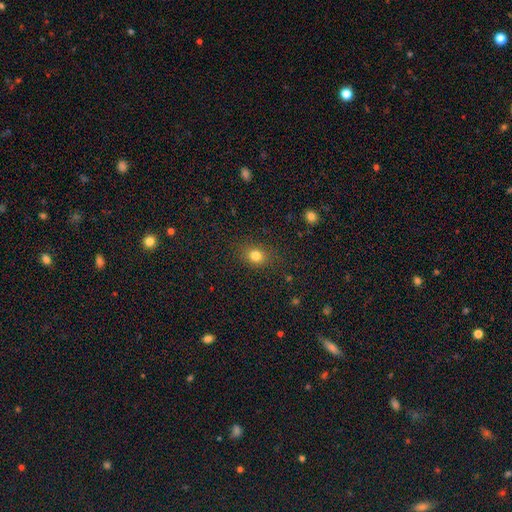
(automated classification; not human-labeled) Smooth or featured: smooth — 80% (star or artifact — 14%)
How rounded: round — 63% (in between — 36%)
Merging: none — 84% (minor disturbance — 11%)